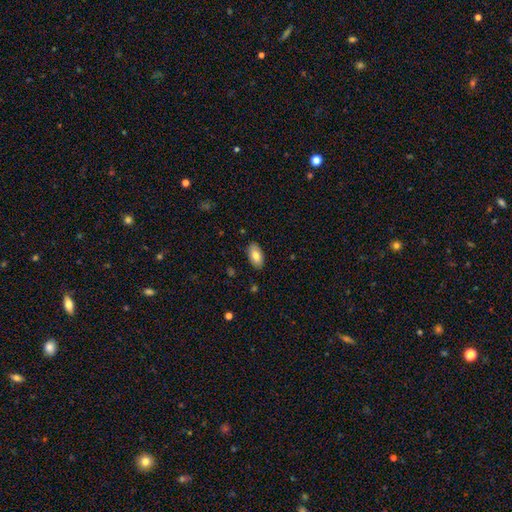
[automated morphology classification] Q: Smooth or featured?
A: smooth (78%); runner-up: featured or disk (15%)
Q: How rounded?
A: in between (94%); runner-up: cigar-shaped (3%)
Q: Merging?
A: none (87%); runner-up: minor disturbance (10%)